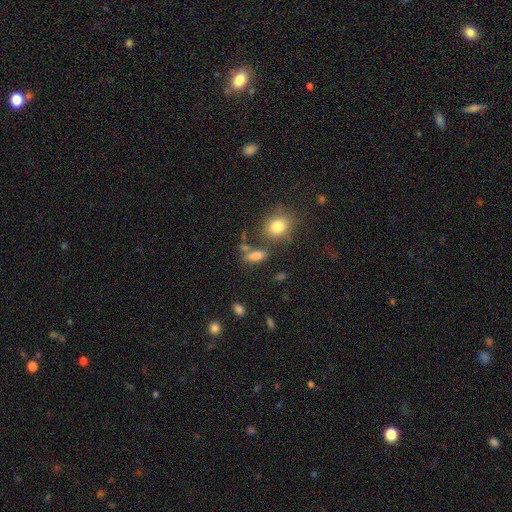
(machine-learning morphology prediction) Smooth or featured? Predicted: smooth (p=0.79). How rounded? Predicted: in between (p=0.74). Merging? Predicted: none (p=0.60).